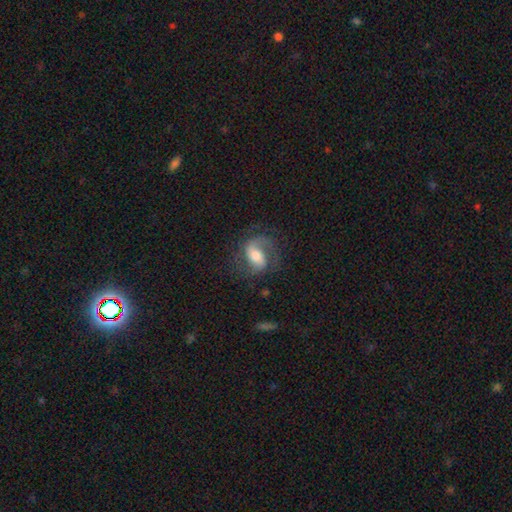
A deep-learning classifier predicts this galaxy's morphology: Q: Smooth or featured?
A: featured or disk (74%); runner-up: smooth (20%)
Q: Edge-on disk?
A: no (97%); runner-up: yes (3%)
Q: Bar?
A: weak (44%); runner-up: no (30%)
Q: Spiral arms?
A: yes (92%); runner-up: no (8%)
Q: Spiral winding?
A: medium (49%); runner-up: loose (34%)
Q: Spiral arm count?
A: 2 (74%); runner-up: 1 (16%)
Q: Bulge size?
A: moderate (62%); runner-up: small (18%)
Q: Merging?
A: none (63%); runner-up: minor disturbance (19%)